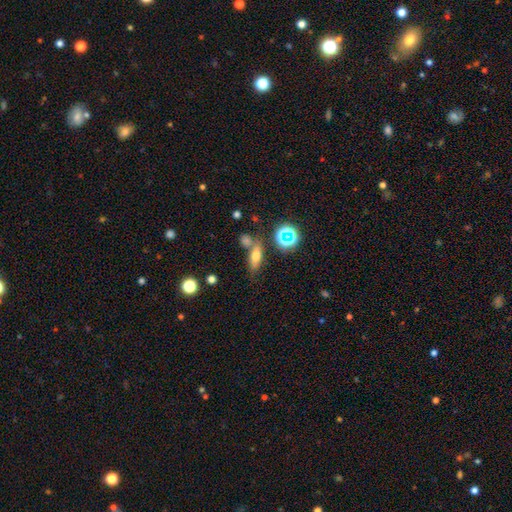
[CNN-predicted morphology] Smooth or featured: smooth — 63% (featured or disk — 19%)
How rounded: in between — 59% (cigar-shaped — 31%)
Merging: none — 63% (merger — 20%)